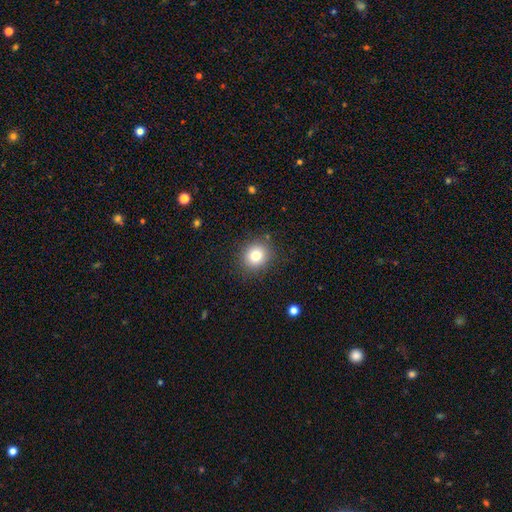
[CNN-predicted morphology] This is clearly a smooth galaxy (80%). How rounded: clearly round (81%). Merging: clearly none (87%).